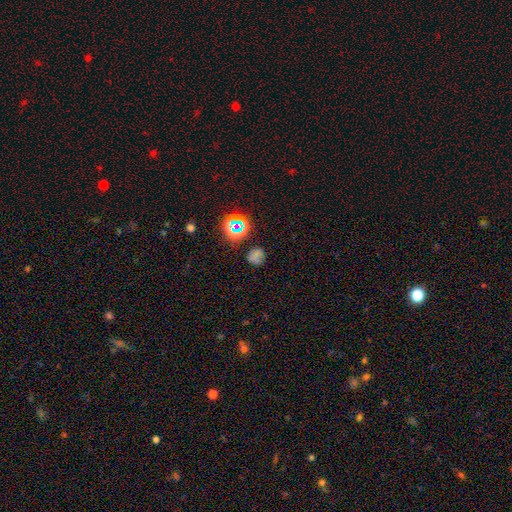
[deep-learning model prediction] The model was most divided on "smooth or featured": smooth: 55%, star or artifact: 35%, featured or disk: 11%. More confident: merging — none (70%); how rounded — round (67%).